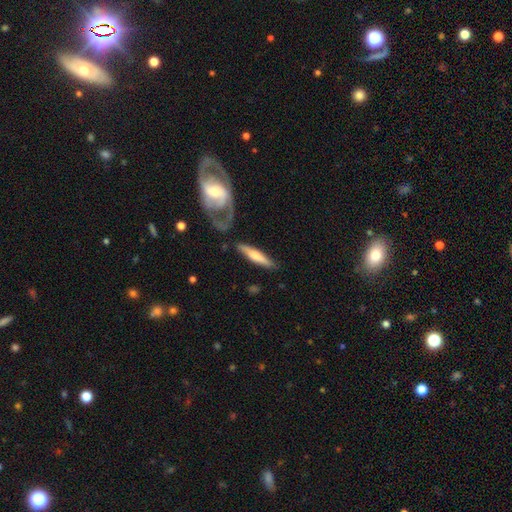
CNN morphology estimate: Smooth or featured? Predicted: smooth (p=0.50). Merging? Predicted: none (p=0.77).